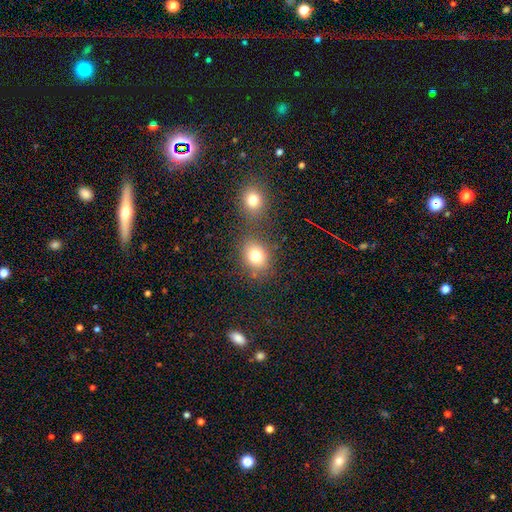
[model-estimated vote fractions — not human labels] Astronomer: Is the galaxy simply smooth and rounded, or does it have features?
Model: smooth — 78%.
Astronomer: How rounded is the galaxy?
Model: round — 53% (runner-up: in between, 46%).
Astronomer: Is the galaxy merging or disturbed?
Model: none — 65%.